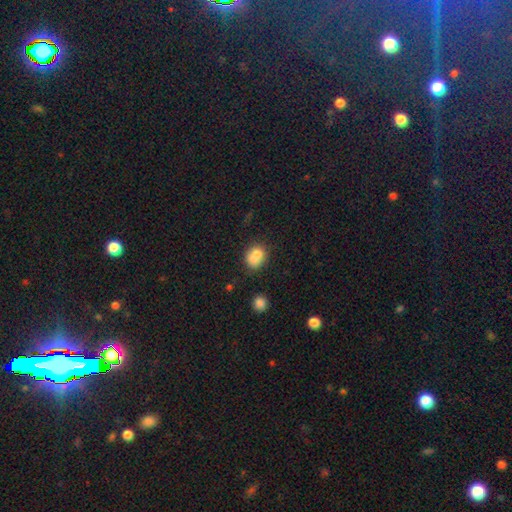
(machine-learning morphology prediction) Smooth or featured?
  - smooth: 76% *
  - featured or disk: 14%
  - star or artifact: 11%
How rounded?
  - round: 63% *
  - in between: 36%
  - cigar-shaped: 1%
Merging?
  - none: 40% * (tied)
  - merger: 40% * (tied)
  - minor disturbance: 15%
  - major disturbance: 6%